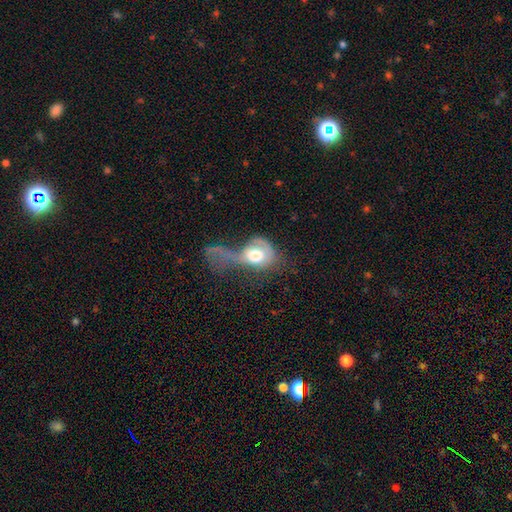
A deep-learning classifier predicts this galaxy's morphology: smooth 57%, featured or disk 36%, star or artifact 8%. Down the decision tree: how rounded — in between (52%); merging — major disturbance (63%).